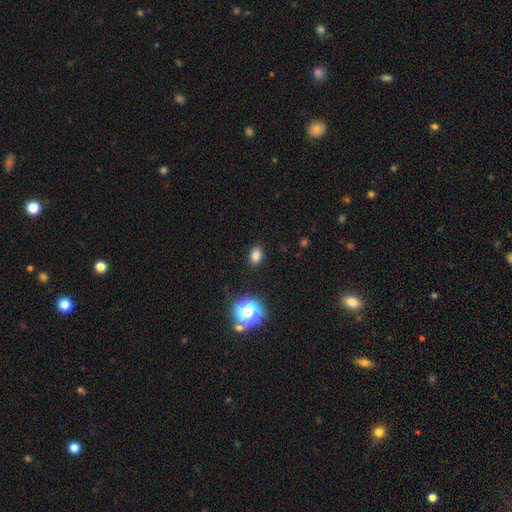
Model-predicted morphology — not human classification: smooth 80%, star or artifact 15%, featured or disk 6%. Down the decision tree: how rounded — in between (68%); merging — none (88%).